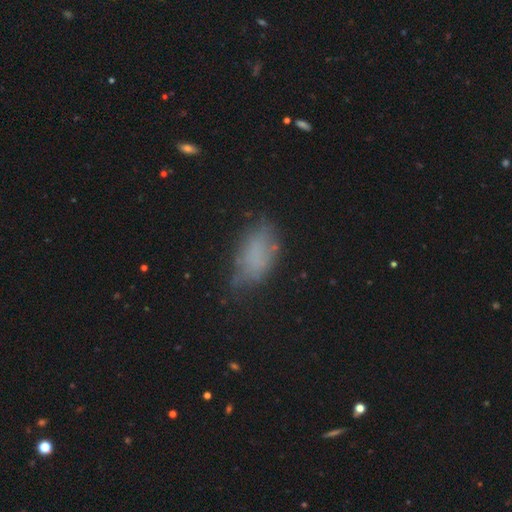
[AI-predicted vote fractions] Smooth or featured: smooth — 68% (featured or disk — 19%)
How rounded: in between — 89% (round — 5%)
Merging: none — 51% (minor disturbance — 31%)